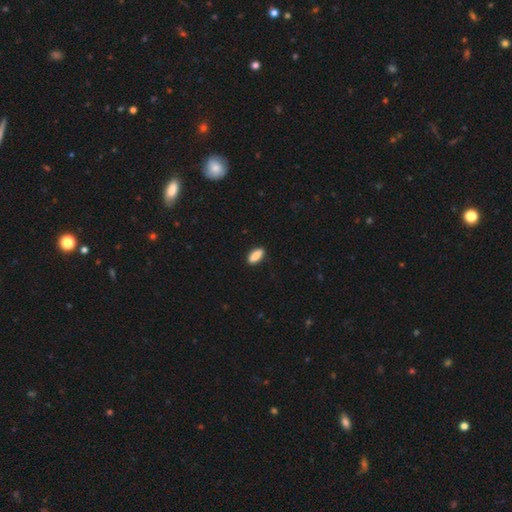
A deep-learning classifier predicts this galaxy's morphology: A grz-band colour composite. It shows a smooth galaxy with no disk features (87%) that is in between round and cigar-shaped (72%). Merging: none (88%).